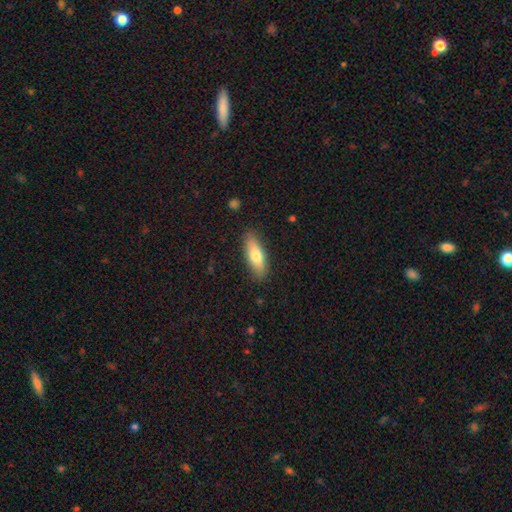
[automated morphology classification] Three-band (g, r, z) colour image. It shows a smooth galaxy with no disk features (72%) that is in between round and cigar-shaped (58%). Merging: none (87%).